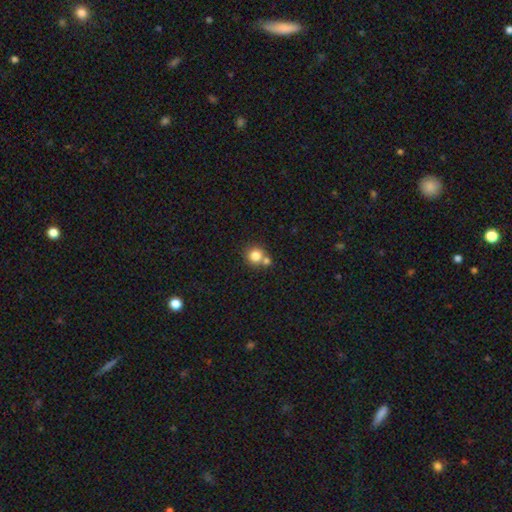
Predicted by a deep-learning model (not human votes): A smooth galaxy with no disk features (81%) that is round (90%).

Vote fractions:
- Smooth or featured? smooth: 81% / star or artifact: 11% / featured or disk: 8%
- How rounded? round: 90% / in between: 9% / cigar-shaped: 1%
- Merging? none: 56% / merger: 34% / minor disturbance: 7% / major disturbance: 2%